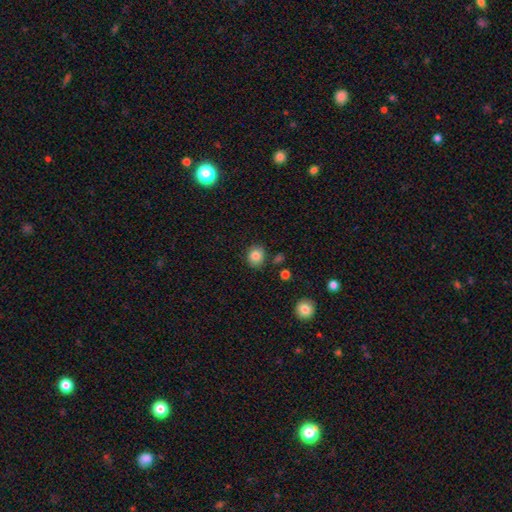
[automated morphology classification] Smooth or featured? smooth (83%)
How rounded? round (76%)
Merging? none (83%)